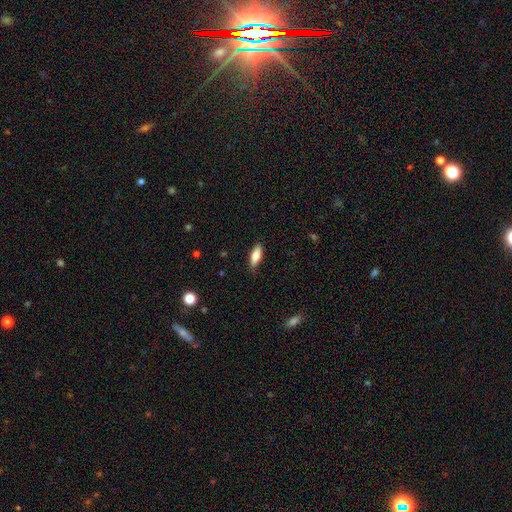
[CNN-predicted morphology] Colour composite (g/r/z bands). It shows a smooth galaxy with no disk features (77%) that is in between round and cigar-shaped (63%). Merging: none (81%).